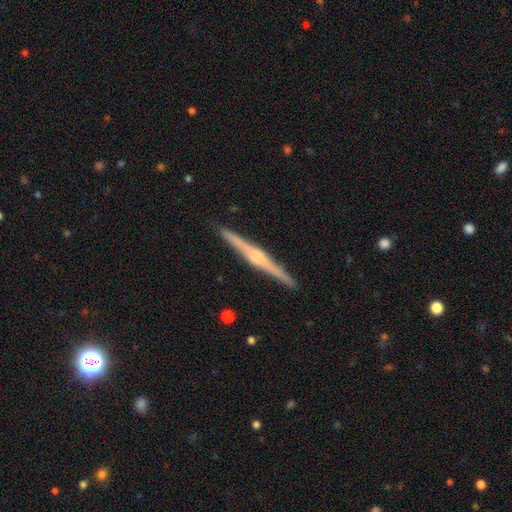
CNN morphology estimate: Smooth or featured? featured or disk (80%)
Edge-on disk? yes (99%)
Edge-on bulge? rounded (68%)
Merging? none (92%)